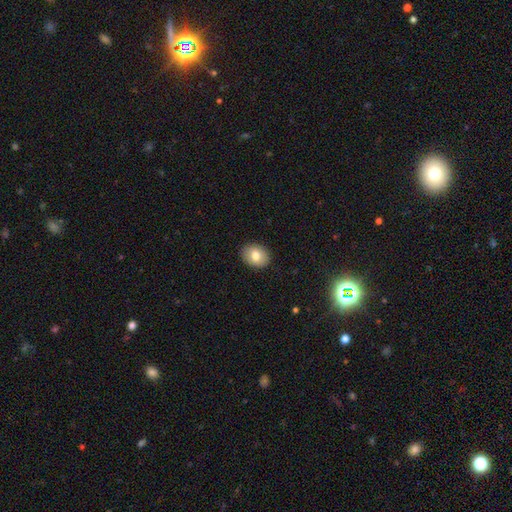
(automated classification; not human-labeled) This appears to be a smooth galaxy with no disk features (78%) that is in between round and cigar-shaped (57%). Merging: none (90%).